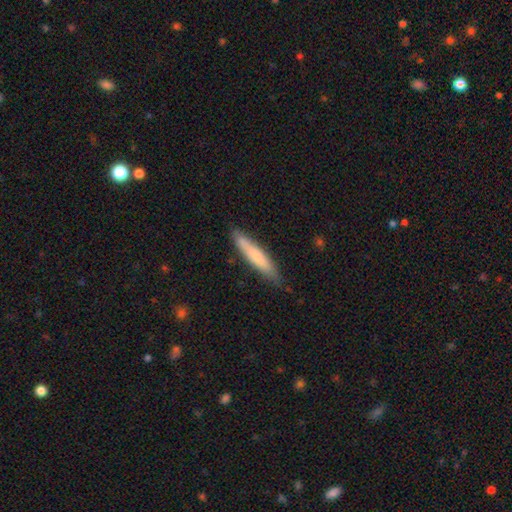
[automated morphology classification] This is likely a smooth galaxy (69%). How rounded: clearly cigar-shaped (90%). Merging: clearly none (81%).